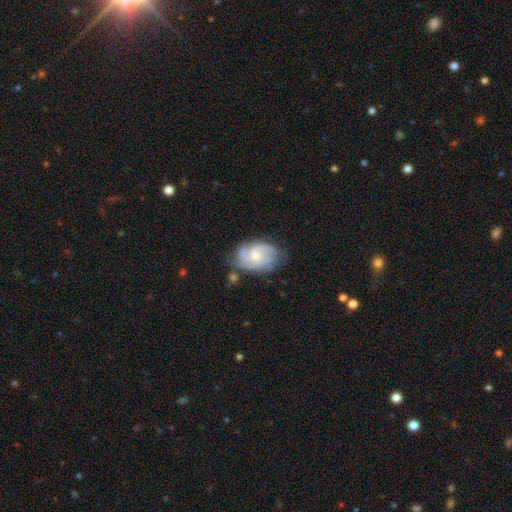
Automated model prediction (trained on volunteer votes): The model was most divided on "spiral winding": tight: 46%, medium: 42%, loose: 12%. Remaining: edge-on disk — no (97%); spiral arms — yes (95%); smooth or featured — featured or disk (79%); bar — no (67%); merging — none (66%); bulge size — moderate (53%); spiral arm count — 3 (42%).